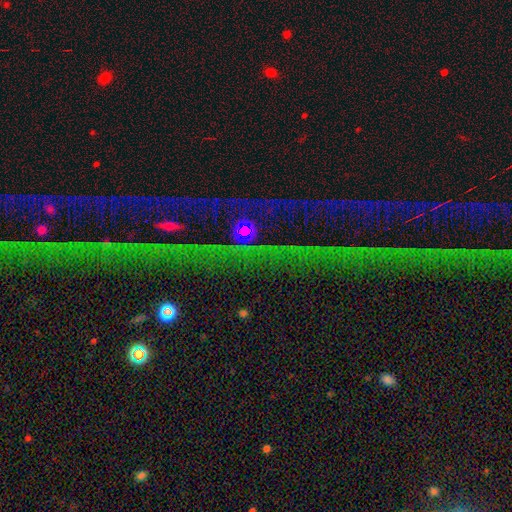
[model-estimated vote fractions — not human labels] smooth-or-featured: star or artifact: 83% | featured or disk: 10% | smooth: 7%